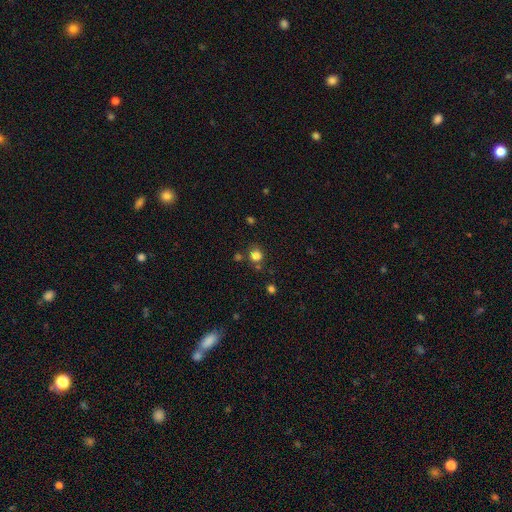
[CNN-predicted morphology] Overall: smooth (79%). How rounded: round (86%). Merging: none (74%).